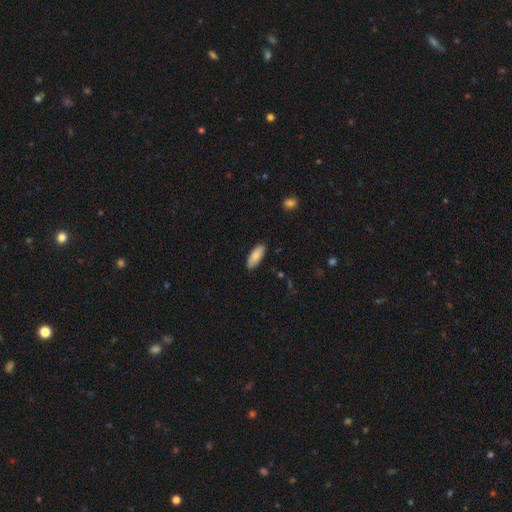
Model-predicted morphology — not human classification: The model was most divided on "how rounded": in between: 79%, cigar-shaped: 19%, round: 2%. More confident: merging — none (88%); smooth or featured — smooth (85%).